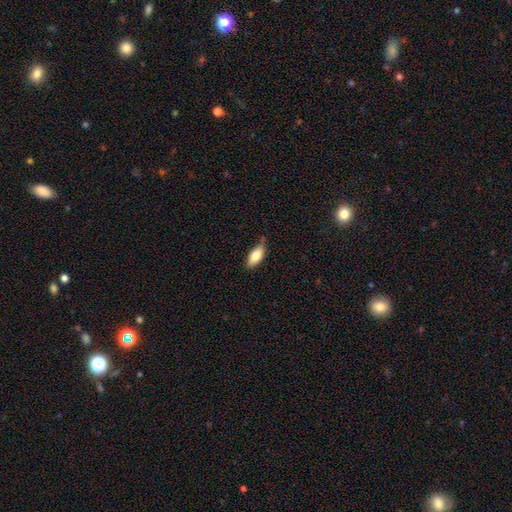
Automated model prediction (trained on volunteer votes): Smooth or featured: smooth — 79% (featured or disk — 15%)
How rounded: in between — 84% (cigar-shaped — 13%)
Merging: none — 69% (minor disturbance — 24%)